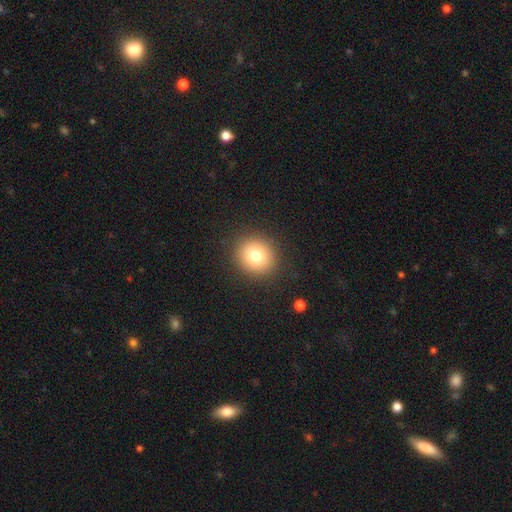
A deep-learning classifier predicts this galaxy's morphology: This appears to be a smooth galaxy with no disk features (79%) that is round (85%). Merging: none (90%).